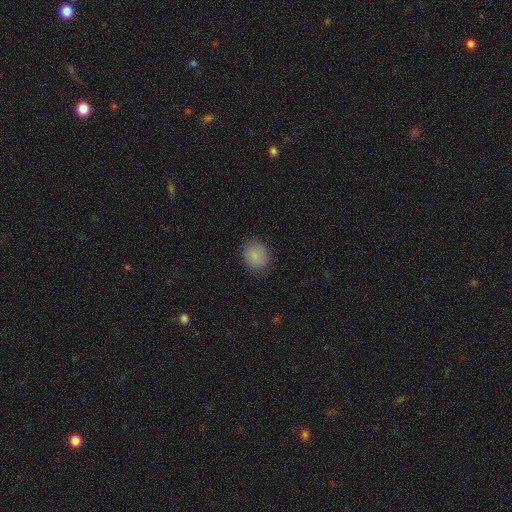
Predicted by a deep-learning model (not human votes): smooth 85%, star or artifact 8%, featured or disk 7%. Down the decision tree: how rounded — round (71%); merging — none (83%).